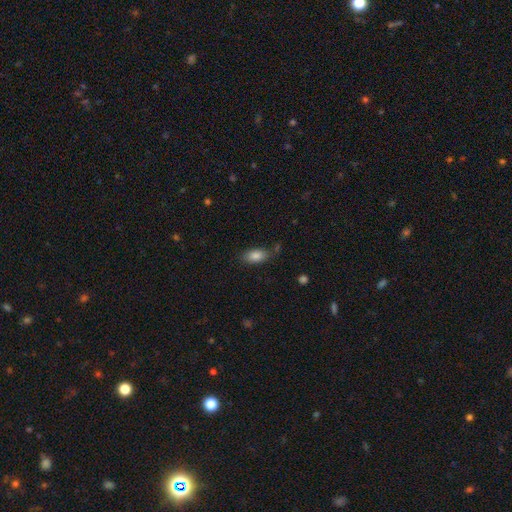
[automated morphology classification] Smooth or featured: smooth — 85% (star or artifact — 8%)
How rounded: in between — 90% (cigar-shaped — 5%)
Merging: none — 75% (minor disturbance — 17%)